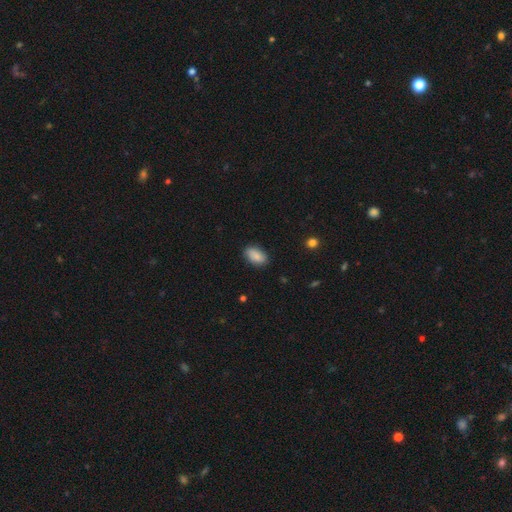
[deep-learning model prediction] The model was most divided on "merging": none: 85%, minor disturbance: 12%, major disturbance: 2%, merger: 1%. More confident: how rounded — in between (93%); smooth or featured — smooth (87%).